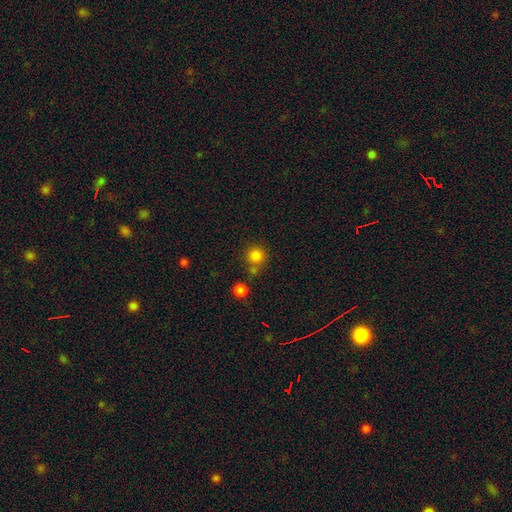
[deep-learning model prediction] This is clearly a smooth galaxy (82%). How rounded: clearly round (92%). Merging: likely none (69%).